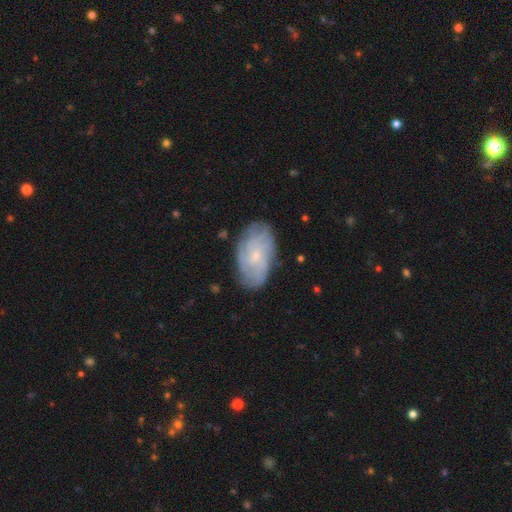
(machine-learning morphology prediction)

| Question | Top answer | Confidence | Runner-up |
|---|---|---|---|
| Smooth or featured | featured or disk | 67% | smooth (26%) |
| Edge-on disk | no | 96% | yes (4%) |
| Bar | no | 73% | weak (24%) |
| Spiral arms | yes | 87% | no (13%) |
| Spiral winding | tight | 61% | medium (29%) |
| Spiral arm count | can't tell | 53% | 4 (16%) |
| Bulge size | small | 73% | moderate (21%) |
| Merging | none | 77% | minor disturbance (17%) |